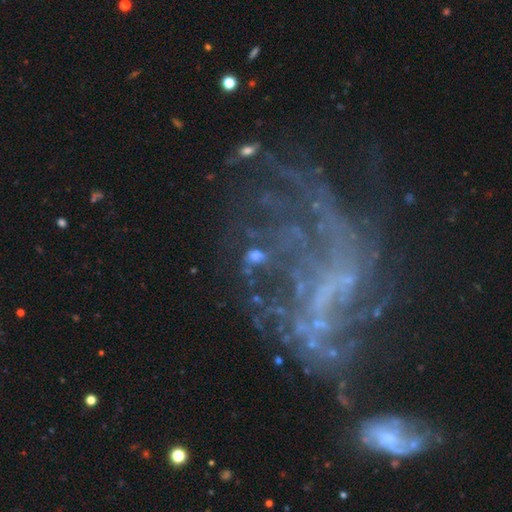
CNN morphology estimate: The model was most divided on "bulge size": small: 46%, moderate: 25%, none: 19%, large: 7%, dominant: 3%. More confident: edge-on disk — no (95%); spiral arms — yes (77%); merging — none (60%); smooth or featured — featured or disk (57%); bar — no (51%).